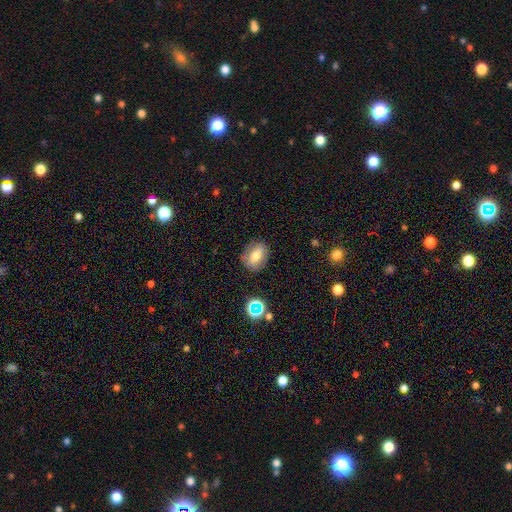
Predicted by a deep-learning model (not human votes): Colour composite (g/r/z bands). It shows a smooth galaxy with no disk features (70%) that is in between round and cigar-shaped (70%). Merging: none (79%).